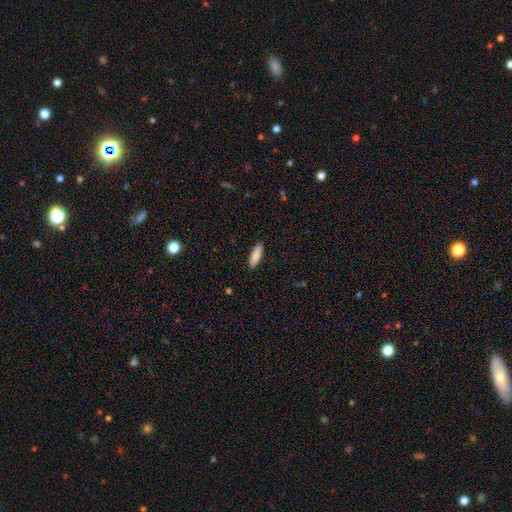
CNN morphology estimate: A smooth galaxy with no disk features (87%) that is cigar-shaped (56%). Merging: none (90%).